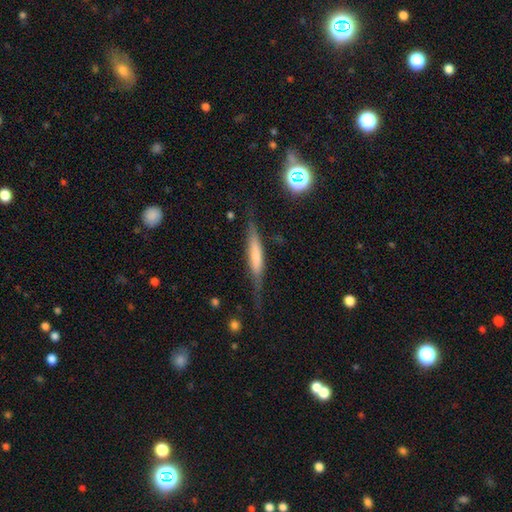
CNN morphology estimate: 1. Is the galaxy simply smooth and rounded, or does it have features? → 50% featured or disk, 43% smooth, 7% star or artifact.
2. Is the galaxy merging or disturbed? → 69% none, 21% minor disturbance, 8% major disturbance, 2% merger.